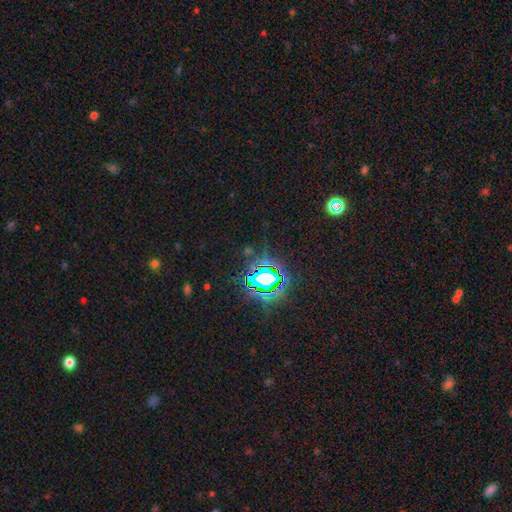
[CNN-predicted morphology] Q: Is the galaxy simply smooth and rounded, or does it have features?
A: star or artifact — 82%.